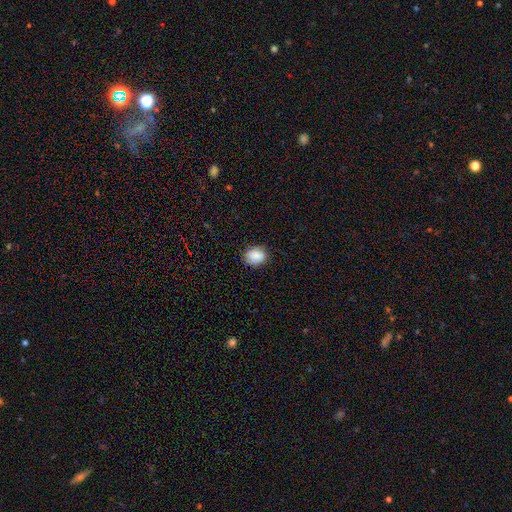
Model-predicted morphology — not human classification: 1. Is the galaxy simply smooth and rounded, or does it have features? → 88% smooth, 8% star or artifact, 4% featured or disk.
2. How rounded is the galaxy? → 55% round, 44% in between, 1% cigar-shaped.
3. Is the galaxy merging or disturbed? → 84% none, 12% minor disturbance, 3% major disturbance, 1% merger.